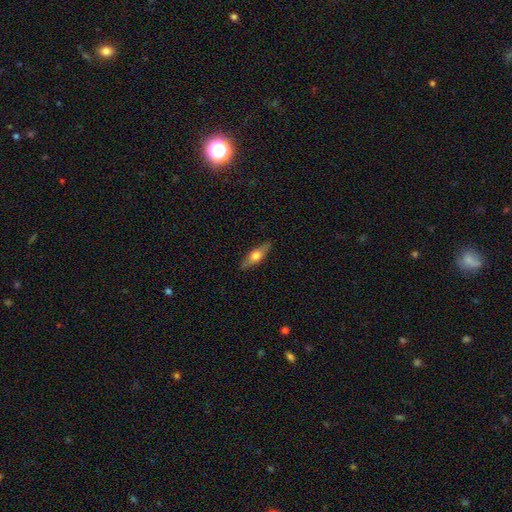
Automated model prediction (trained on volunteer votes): Smooth or featured? Predicted: smooth (p=0.48). Merging? Predicted: none (p=0.87).